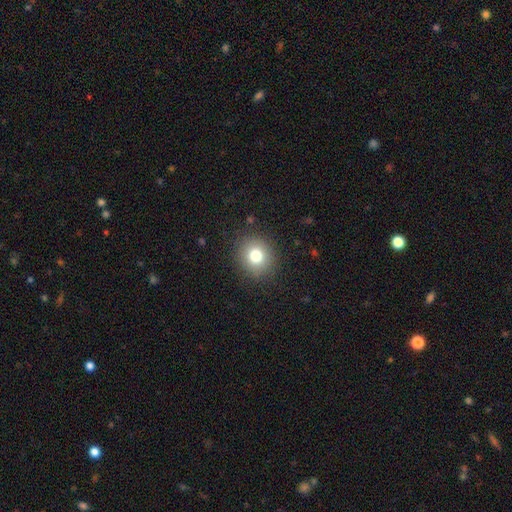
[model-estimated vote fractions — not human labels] Overall: smooth (78%). How rounded: round (87%). Merging: none (89%).